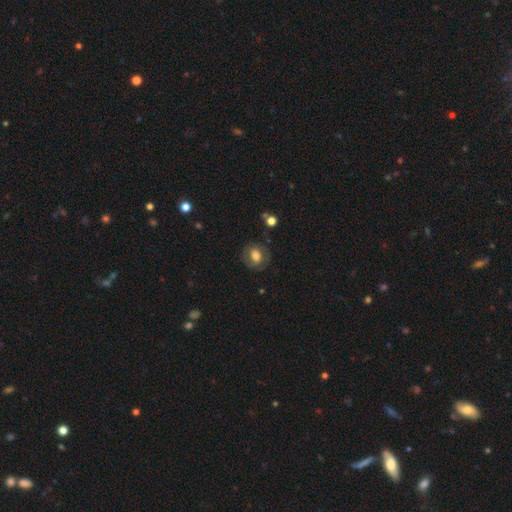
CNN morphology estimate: Overall: smooth (67%). How rounded: round (52%; in between 47%). Merging: none (76%).